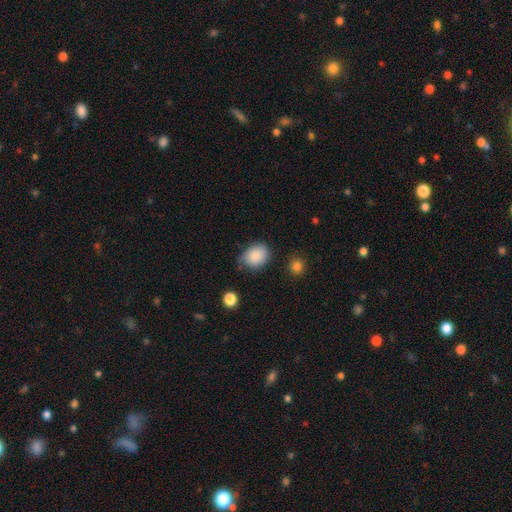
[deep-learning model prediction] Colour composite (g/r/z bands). It shows a smooth galaxy with no disk features (86%) that is in between round and cigar-shaped (54%). Merging: none (64%).